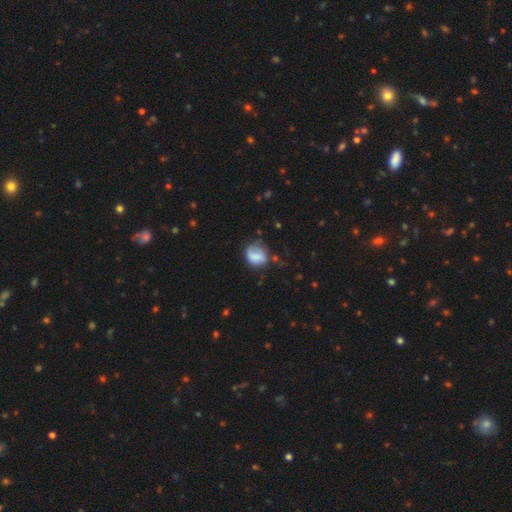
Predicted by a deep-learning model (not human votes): The model was most divided on "merging": none: 45%, minor disturbance: 32%, major disturbance: 19%, merger: 5%. More confident: smooth or featured — smooth (69%); how rounded — round (64%).